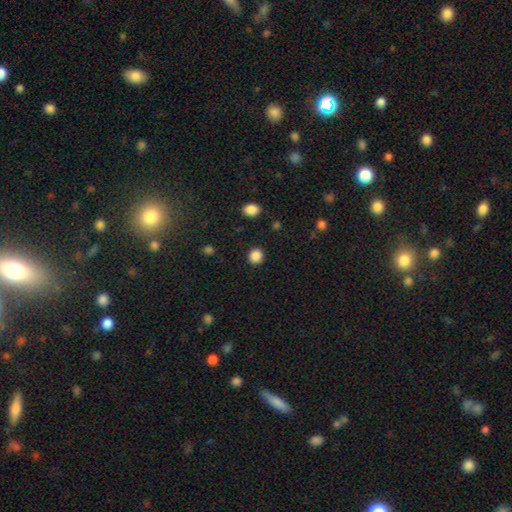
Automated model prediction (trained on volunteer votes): smooth 87%, star or artifact 11%, featured or disk 3%. Down the decision tree: how rounded — round (88%); merging — none (90%).